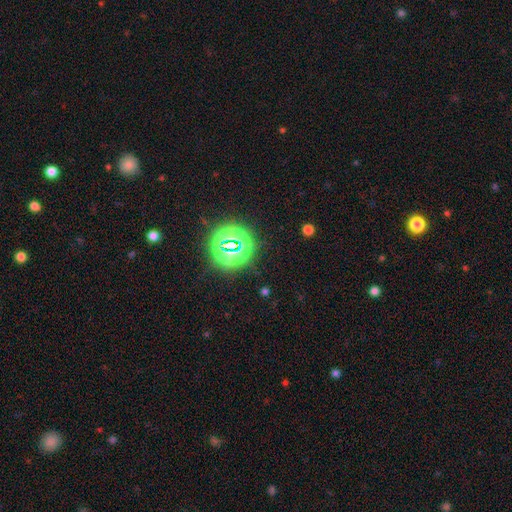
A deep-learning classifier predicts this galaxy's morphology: star or artifact 81%, smooth 12%, featured or disk 6%.